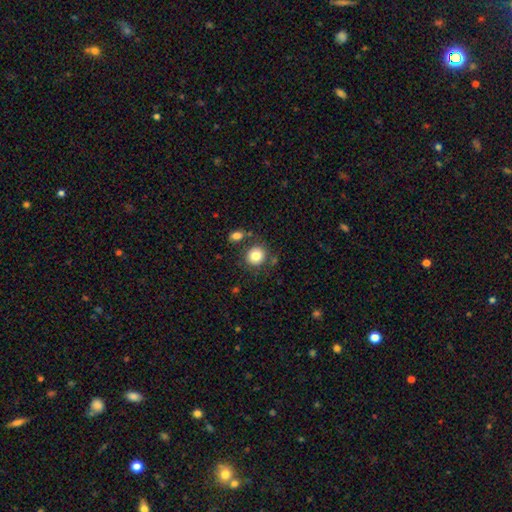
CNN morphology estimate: Smooth or featured?
  - smooth: 82% *
  - star or artifact: 10%
  - featured or disk: 8%
How rounded?
  - round: 85% *
  - in between: 14%
  - cigar-shaped: 1%
Merging?
  - none: 79% *
  - minor disturbance: 10%
  - merger: 8%
  - major disturbance: 4%